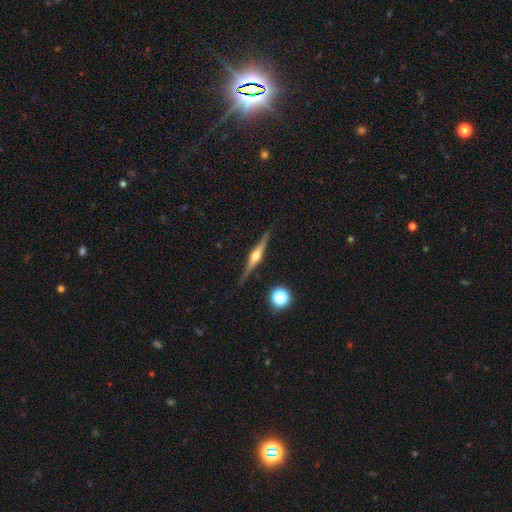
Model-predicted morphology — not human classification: Smooth or featured? Predicted: featured or disk (p=0.79). Edge-on disk? Predicted: yes (p=0.98). Edge-on bulge? Predicted: rounded (p=0.89). Merging? Predicted: none (p=0.88).